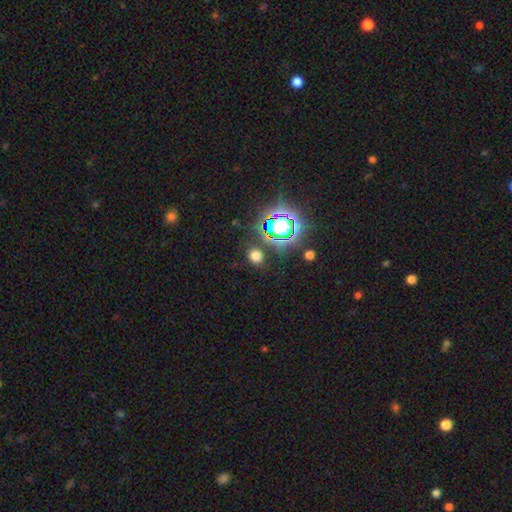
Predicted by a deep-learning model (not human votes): Q: Smooth or featured?
A: smooth (64%); runner-up: star or artifact (30%)
Q: How rounded?
A: round (74%); runner-up: in between (24%)
Q: Merging?
A: none (85%); runner-up: minor disturbance (9%)